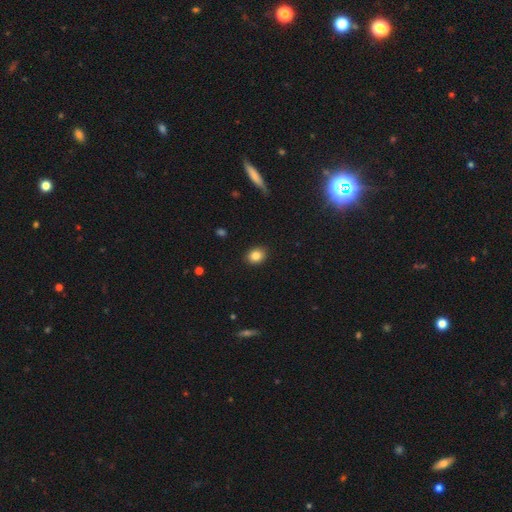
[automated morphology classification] A smooth galaxy with no disk features (85%) that is round (59%). Merging: none (90%).